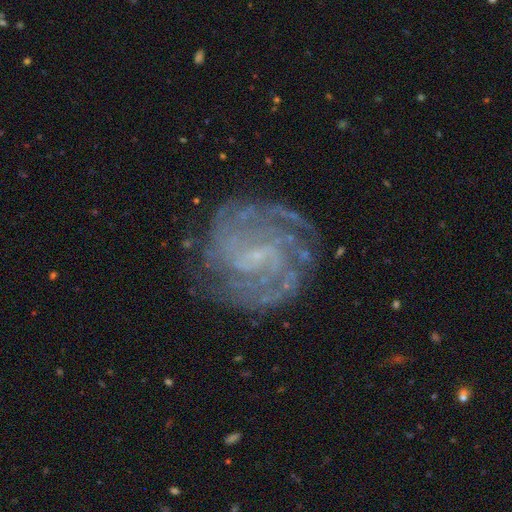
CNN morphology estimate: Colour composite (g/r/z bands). It shows a featured or disk galaxy (86%) with a weak bar (54%), tight (64%) spiral arms (96%) and a small central bulge (68%). Merging: none (78%).